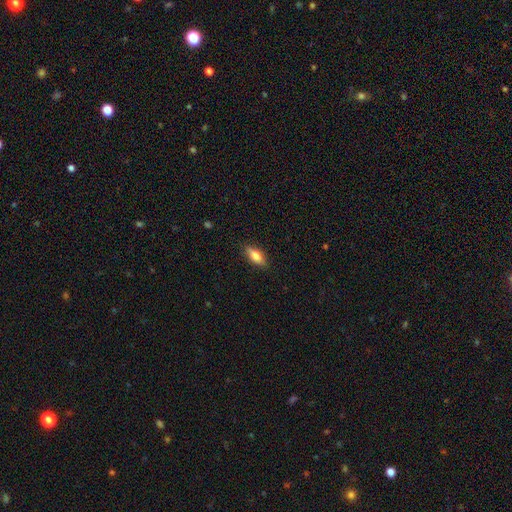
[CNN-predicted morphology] smooth-or-featured: smooth: 74% | featured or disk: 19% | star or artifact: 7%
  how-rounded: in between: 74% | cigar-shaped: 23% | round: 3%
  merging: none: 86% | minor disturbance: 11% | major disturbance: 2% | merger: 1%